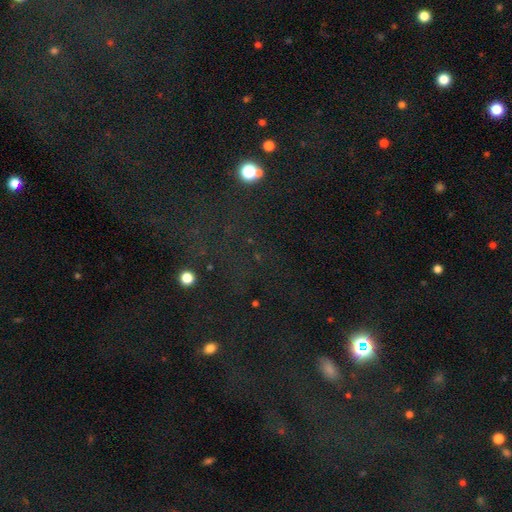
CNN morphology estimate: Smooth or featured?
  - star or artifact: 72% *
  - smooth: 17%
  - featured or disk: 11%